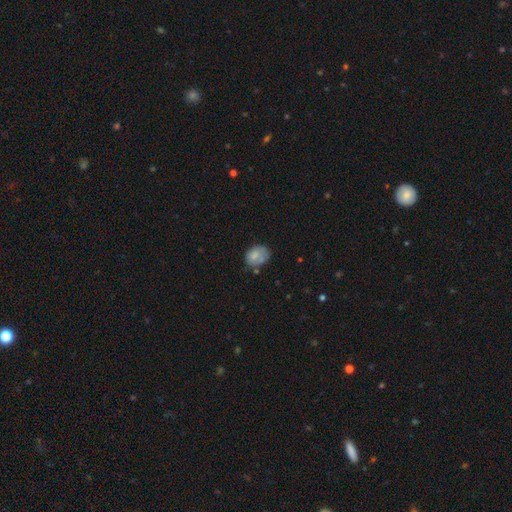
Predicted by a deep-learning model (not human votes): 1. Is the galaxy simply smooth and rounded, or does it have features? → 71% smooth, 21% featured or disk, 8% star or artifact.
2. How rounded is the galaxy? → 60% in between, 39% round, 1% cigar-shaped.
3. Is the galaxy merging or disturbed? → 51% none, 31% minor disturbance, 12% major disturbance, 6% merger.